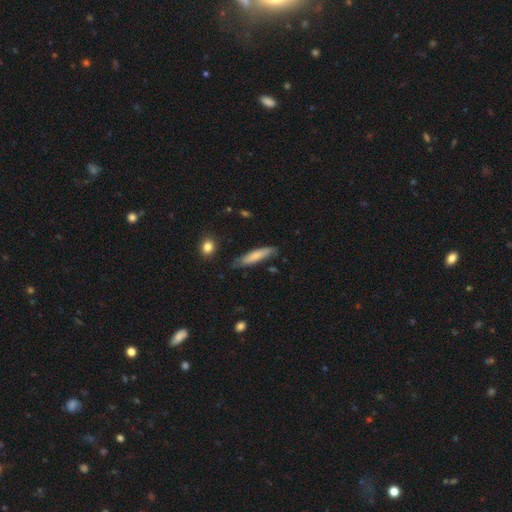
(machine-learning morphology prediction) smooth_or_featured: smooth (p=0.76) [alt: featured or disk p=0.18]
how_rounded: cigar-shaped (p=0.80) [alt: in between p=0.19]
merging: none (p=0.77) [alt: minor disturbance p=0.18]